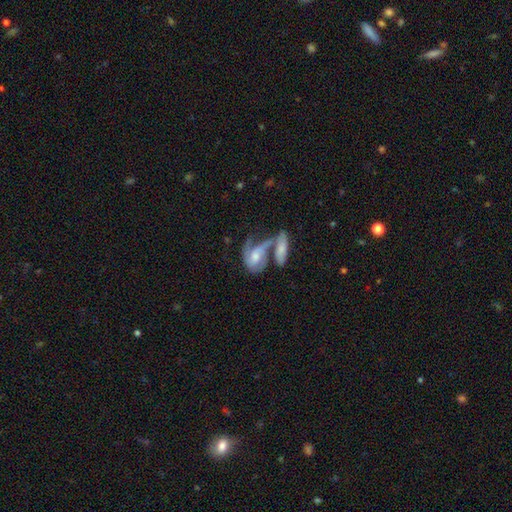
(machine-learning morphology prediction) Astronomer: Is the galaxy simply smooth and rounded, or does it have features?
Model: featured or disk — 71%.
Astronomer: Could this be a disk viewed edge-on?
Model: no — 93%.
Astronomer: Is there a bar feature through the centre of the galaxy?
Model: no — 54% (runner-up: weak, 34%).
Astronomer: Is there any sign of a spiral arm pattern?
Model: yes — 87%.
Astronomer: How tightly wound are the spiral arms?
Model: medium — 43% (runner-up: loose, 29%).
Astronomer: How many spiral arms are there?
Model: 2 — 54%.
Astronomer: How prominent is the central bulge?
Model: moderate — 55%.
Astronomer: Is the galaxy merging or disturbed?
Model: merger — 57%.